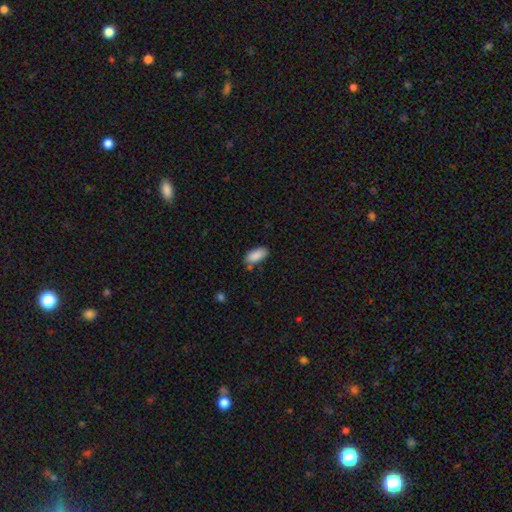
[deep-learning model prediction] Smooth or featured?
  - smooth: 89% *
  - star or artifact: 7%
  - featured or disk: 5%
How rounded?
  - in between: 91% *
  - cigar-shaped: 7%
  - round: 2%
Merging?
  - none: 74% *
  - minor disturbance: 17%
  - merger: 6%
  - major disturbance: 3%